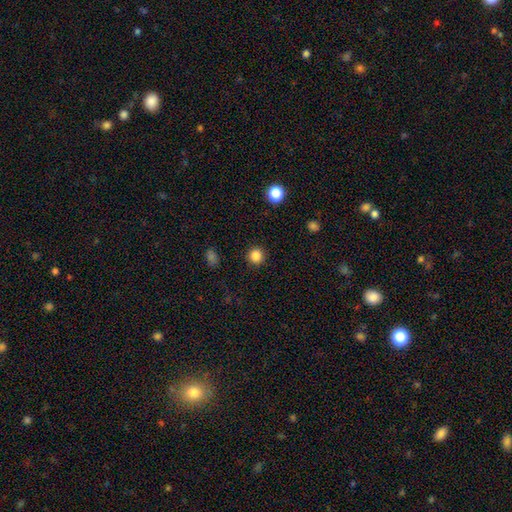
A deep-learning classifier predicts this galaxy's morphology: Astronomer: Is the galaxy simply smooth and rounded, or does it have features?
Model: smooth — 85%.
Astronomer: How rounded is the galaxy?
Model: round — 93%.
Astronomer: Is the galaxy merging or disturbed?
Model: none — 91%.